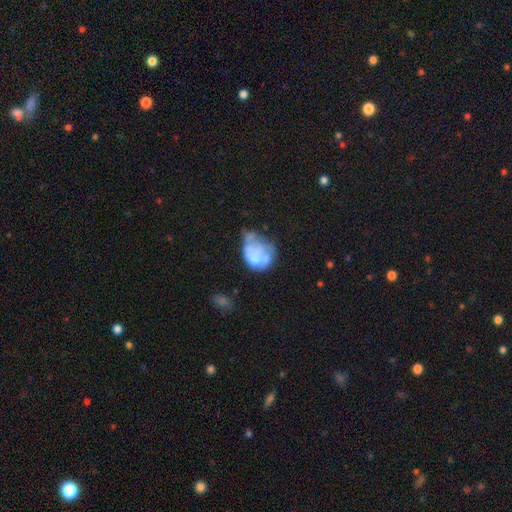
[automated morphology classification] Smooth or featured? Predicted: smooth (p=0.46). Merging? Predicted: major disturbance (p=0.33).